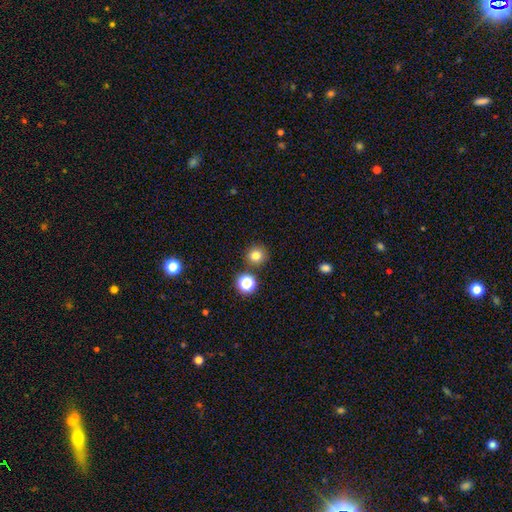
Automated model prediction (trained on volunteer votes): smooth-or-featured: smooth: 79% | star or artifact: 15% | featured or disk: 6%
  how-rounded: round: 94% | in between: 5% | cigar-shaped: 1%
  merging: none: 86% | minor disturbance: 6% | merger: 5% | major disturbance: 2%